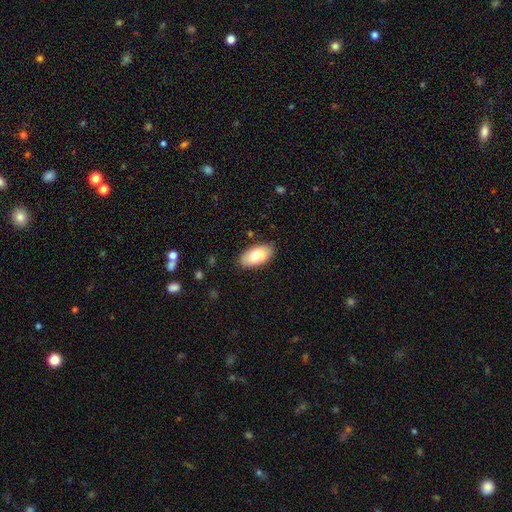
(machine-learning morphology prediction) This appears to be a smooth galaxy with no disk features (76%) that is in between round and cigar-shaped (94%). Merging: none (84%).